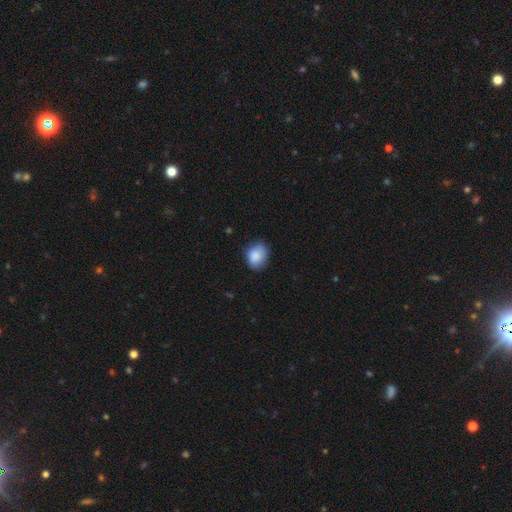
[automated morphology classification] Smooth or featured: smooth — 87% (star or artifact — 7%)
How rounded: in between — 55% (round — 45%)
Merging: none — 71% (minor disturbance — 23%)